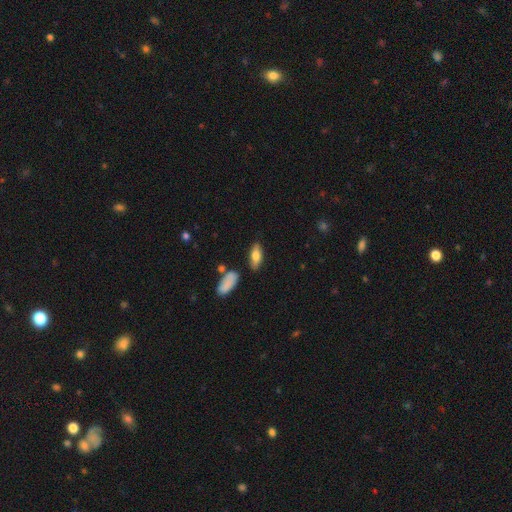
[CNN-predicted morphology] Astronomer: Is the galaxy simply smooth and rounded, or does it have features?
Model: smooth — 75%.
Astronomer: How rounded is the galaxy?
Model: in between — 77%.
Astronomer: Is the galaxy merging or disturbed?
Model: none — 80%.